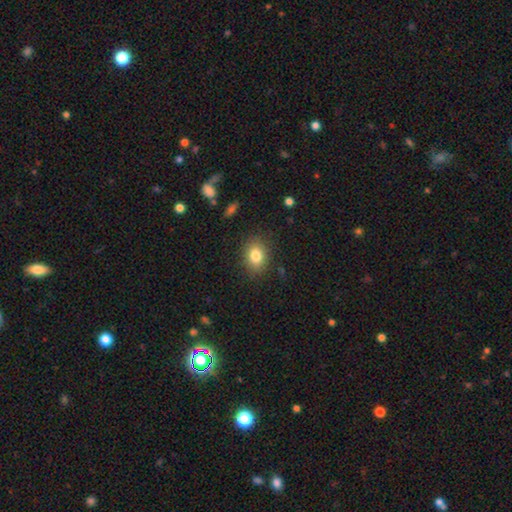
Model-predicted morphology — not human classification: This appears to be a smooth galaxy with no disk features (82%) that is in between round and cigar-shaped (62%). Merging: none (85%).